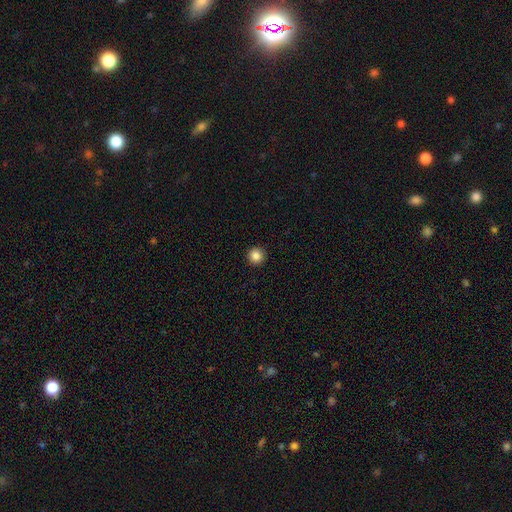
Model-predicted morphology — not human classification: Q: Smooth or featured?
A: smooth (86%); runner-up: star or artifact (10%)
Q: How rounded?
A: round (96%); runner-up: in between (3%)
Q: Merging?
A: none (94%); runner-up: minor disturbance (4%)